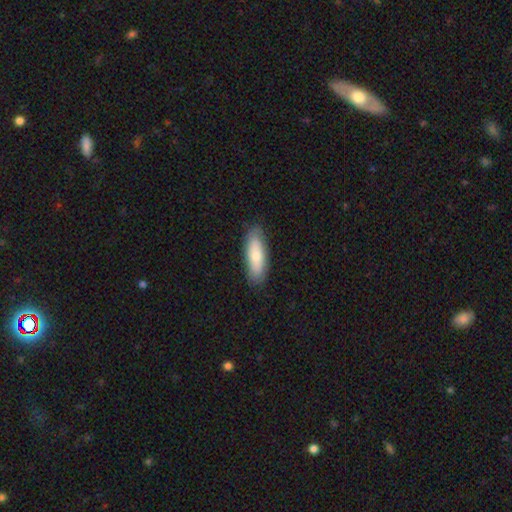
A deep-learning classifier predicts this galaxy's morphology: A smooth galaxy with no disk features (72%) that is in between round and cigar-shaped (56%).

Vote fractions:
- Smooth or featured? smooth: 72% / featured or disk: 23% / star or artifact: 6%
- How rounded? in between: 56% / cigar-shaped: 42% / round: 2%
- Merging? none: 85% / minor disturbance: 12% / major disturbance: 3% / merger: 1%